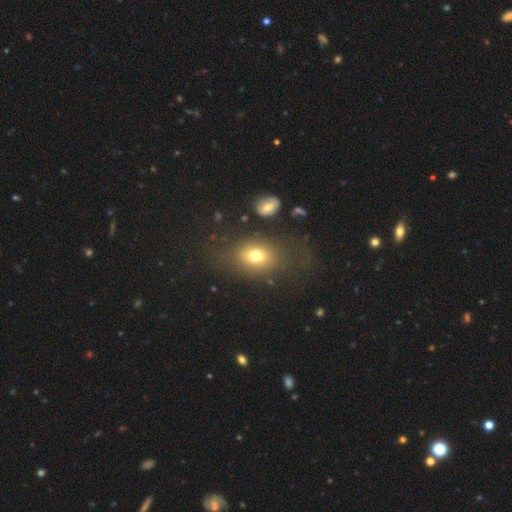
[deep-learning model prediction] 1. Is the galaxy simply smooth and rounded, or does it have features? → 72% smooth, 15% featured or disk, 13% star or artifact.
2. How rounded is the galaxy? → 62% in between, 36% round, 2% cigar-shaped.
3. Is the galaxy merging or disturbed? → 68% none, 14% minor disturbance, 13% major disturbance, 5% merger.